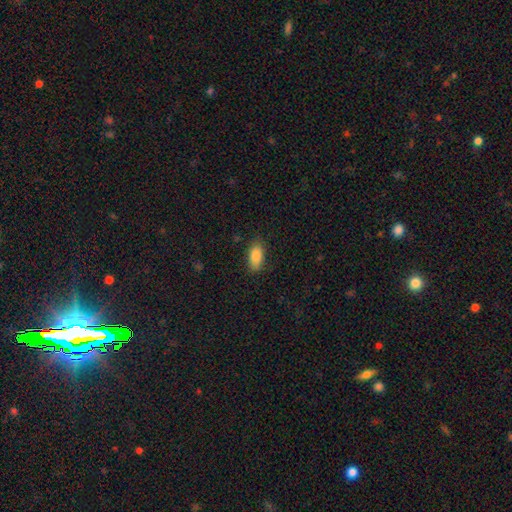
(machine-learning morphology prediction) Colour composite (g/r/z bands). It shows a smooth galaxy with no disk features (88%) that is in between round and cigar-shaped (90%). Merging: none (83%).